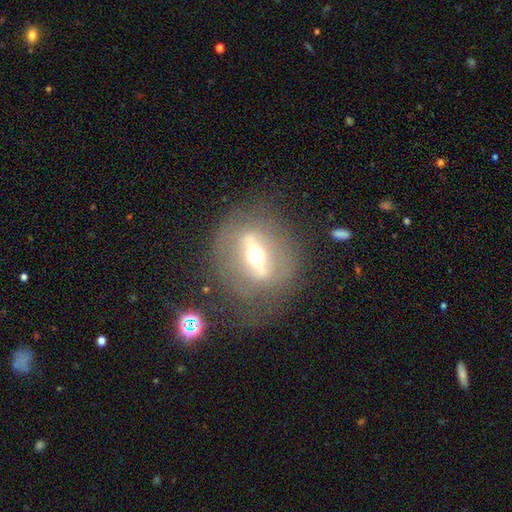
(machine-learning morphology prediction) This is likely a featured or disk galaxy (72%). It is likely not viewed edge-on (68%). Merging: likely none (66%).